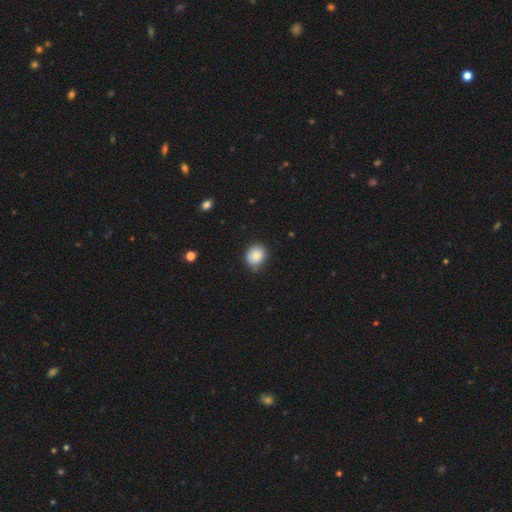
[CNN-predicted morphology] Overall: smooth (80%). How rounded: round (71%). Merging: none (80%).